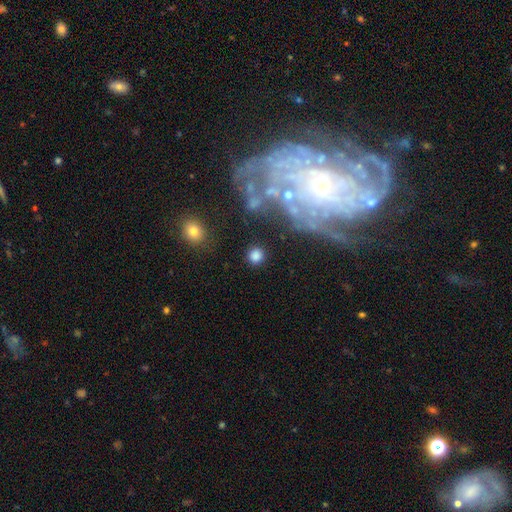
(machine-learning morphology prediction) This appears to be a smooth galaxy with no disk features (81%) that is round (90%). Merging: none (82%).